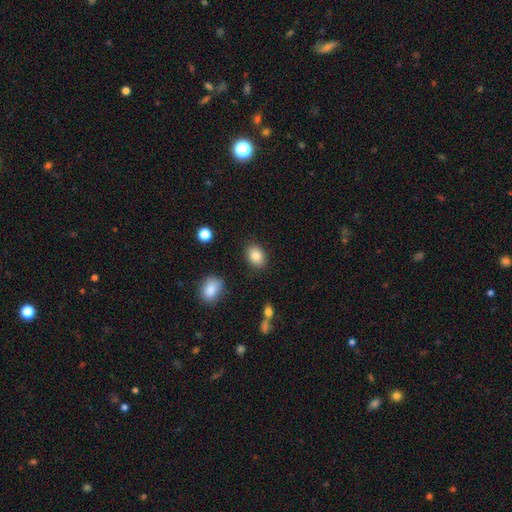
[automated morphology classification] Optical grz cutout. It shows a smooth galaxy with no disk features (85%) that is in between round and cigar-shaped (78%). Merging: none (86%).